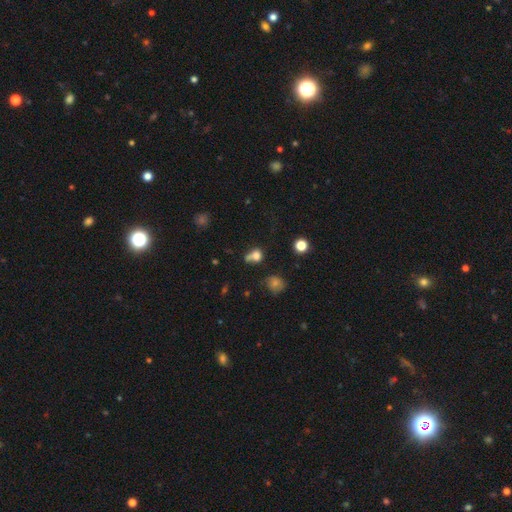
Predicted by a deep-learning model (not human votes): Q: Smooth or featured?
A: smooth (73%); runner-up: star or artifact (15%)
Q: How rounded?
A: round (61%); runner-up: in between (37%)
Q: Merging?
A: none (39%); runner-up: merger (30%)